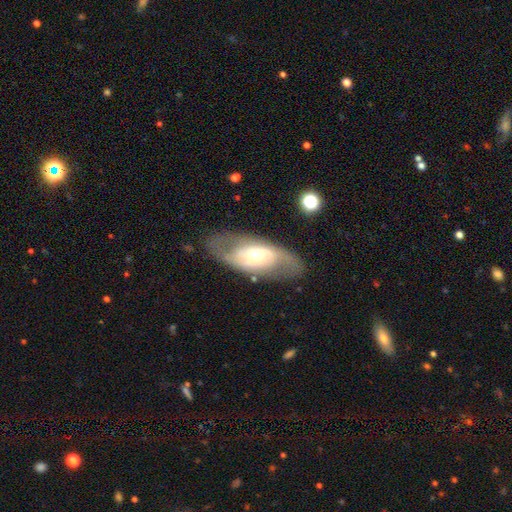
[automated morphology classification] smooth_or_featured: featured or disk (p=0.70) [alt: smooth p=0.23]
disk_edge_on: no (p=0.88) [alt: yes p=0.12]
bar: no (p=0.59) [alt: weak p=0.26]
has_spiral_arms: yes (p=0.63) [alt: no p=0.37]
bulge_size: moderate (p=0.52) [alt: small p=0.39]
merging: none (p=0.74) [alt: minor disturbance p=0.15]